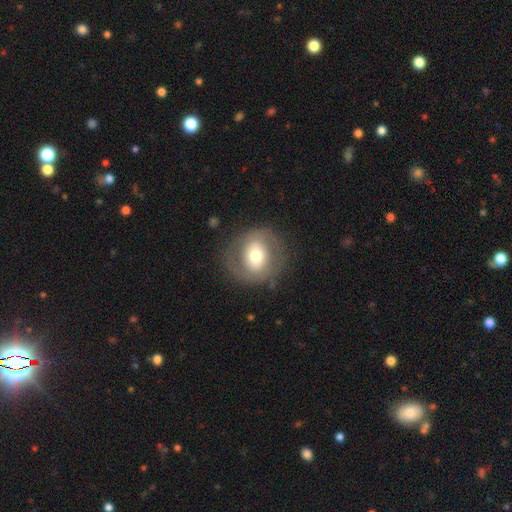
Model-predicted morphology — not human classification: type=smooth (48%); merging=none (79%).